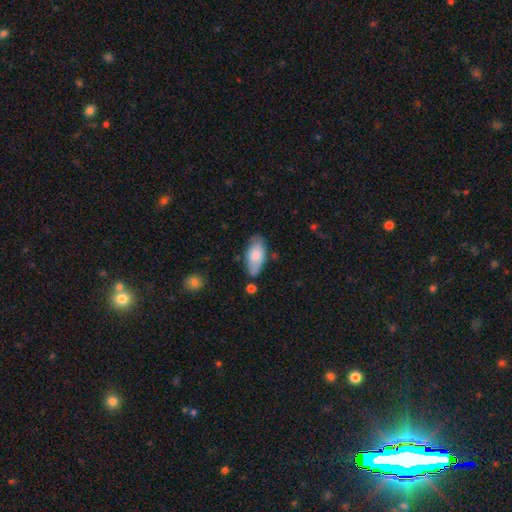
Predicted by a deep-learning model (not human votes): Smooth or featured? Predicted: smooth (p=0.78). How rounded? Predicted: in between (p=0.89). Merging? Predicted: none (p=0.70).